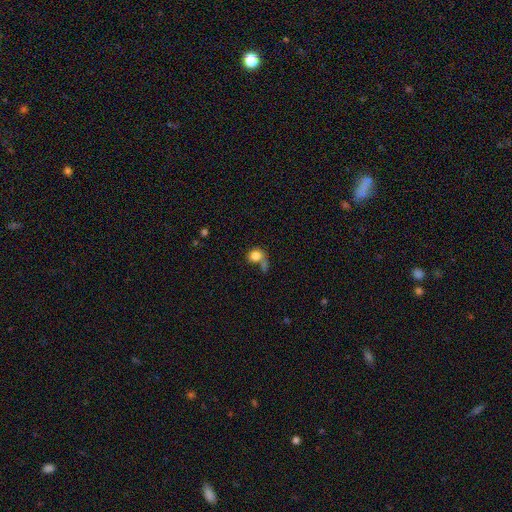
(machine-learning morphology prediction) Overall: smooth (80%). How rounded: round (70%). Merging: none (36%; merger 32%).